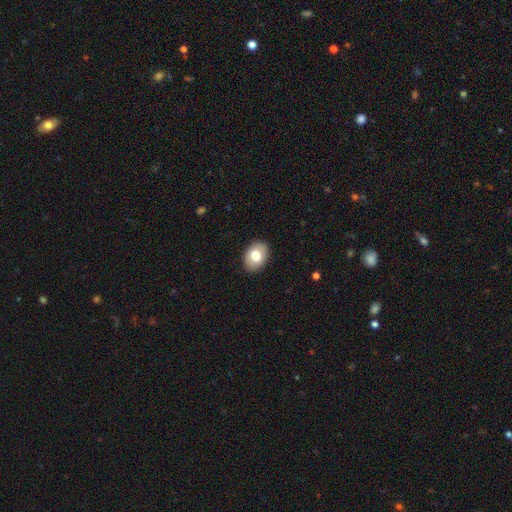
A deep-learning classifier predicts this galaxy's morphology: A smooth galaxy with no disk features (76%) that is in between round and cigar-shaped (74%).

Vote fractions:
- Smooth or featured? smooth: 76% / featured or disk: 17% / star or artifact: 7%
- How rounded? in between: 74% / round: 25% / cigar-shaped: 1%
- Merging? none: 89% / minor disturbance: 8% / major disturbance: 2% / merger: 1%